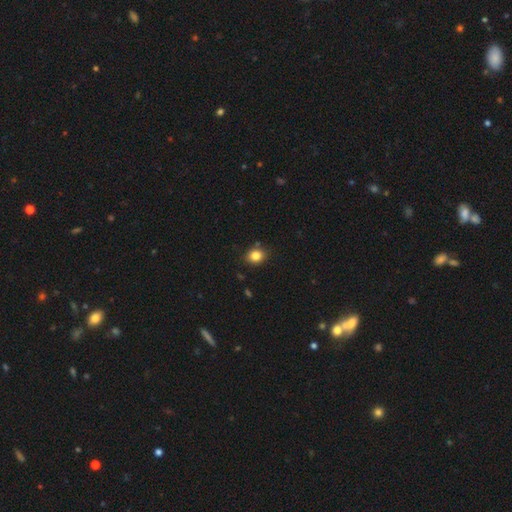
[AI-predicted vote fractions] Morphology: type=smooth (83%); roundness=round (58%); merging=none (83%).